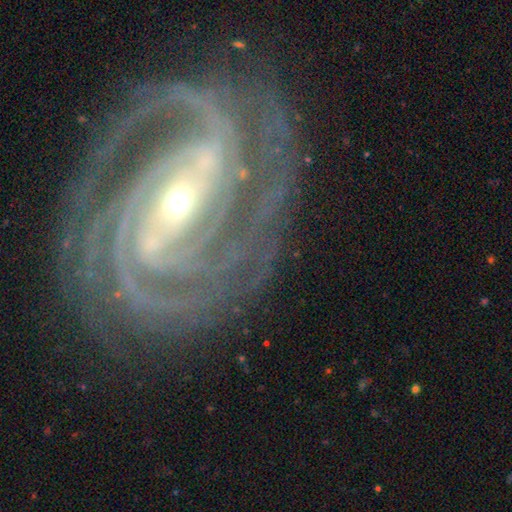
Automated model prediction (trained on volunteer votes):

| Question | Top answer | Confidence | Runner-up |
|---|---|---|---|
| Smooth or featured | featured or disk | 93% | star or artifact (5%) |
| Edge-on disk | no | 97% | yes (3%) |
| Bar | strong | 55% | weak (28%) |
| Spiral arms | yes | 99% | no (1%) |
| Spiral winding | tight | 74% | medium (23%) |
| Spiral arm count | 3 | 29% | 4 (23%) |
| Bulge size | small | 65% | moderate (31%) |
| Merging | none | 78% | minor disturbance (14%) |